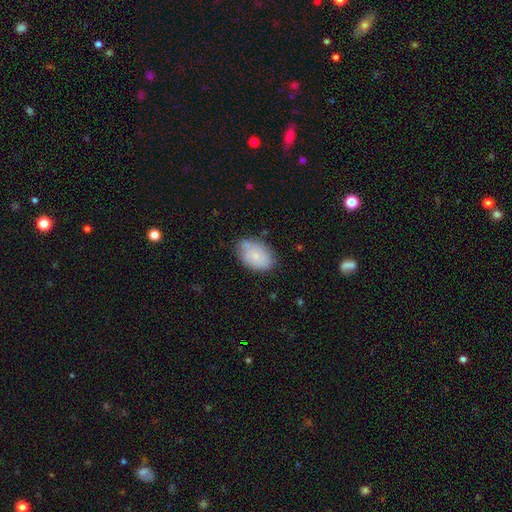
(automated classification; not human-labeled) The model was most divided on "merging": none: 71%, minor disturbance: 21%, major disturbance: 5%, merger: 3%. More confident: how rounded — in between (88%); smooth or featured — smooth (72%).